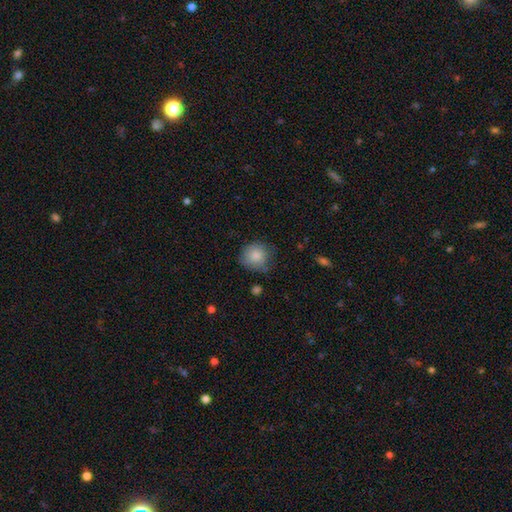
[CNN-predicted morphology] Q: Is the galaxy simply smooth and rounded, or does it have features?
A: smooth — 85%.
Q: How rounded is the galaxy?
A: round — 88%.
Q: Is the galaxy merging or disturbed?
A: none — 71%.